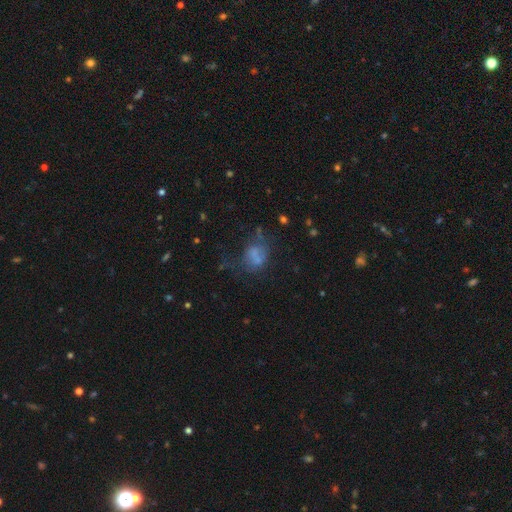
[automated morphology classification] Overall: smooth (54%; featured or disk 29%). How rounded: in between (57%; round 41%). Merging: none (34%; major disturbance 23%).